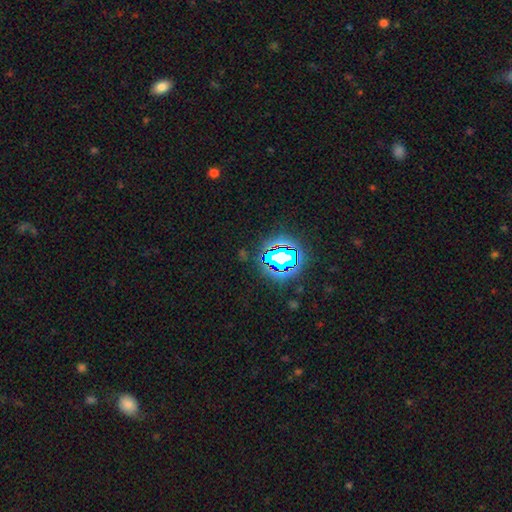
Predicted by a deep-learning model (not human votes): A star or artifact, not a galaxy (78%).

Vote fractions:
- Smooth or featured? star or artifact: 78% / smooth: 13% / featured or disk: 8%